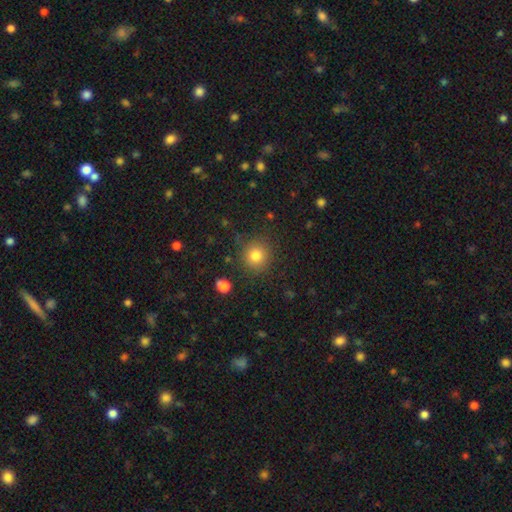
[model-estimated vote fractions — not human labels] Smooth or featured?
  - smooth: 81% *
  - star or artifact: 12%
  - featured or disk: 7%
How rounded?
  - round: 90% *
  - in between: 9%
  - cigar-shaped: 1%
Merging?
  - none: 86% *
  - minor disturbance: 8%
  - major disturbance: 3%
  - merger: 2%